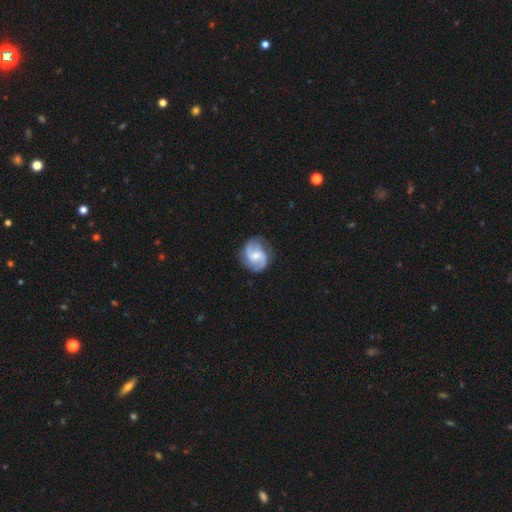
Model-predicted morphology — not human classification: The model was most divided on "bulge size": moderate: 45%, small: 41%, none: 9%, large: 5%, dominant: 1%. Remaining: edge-on disk — no (98%); spiral arms — yes (96%); spiral arm count — 2 (88%); smooth or featured — featured or disk (83%); merging — none (78%); bar — weak (53%); spiral winding — medium (49%).